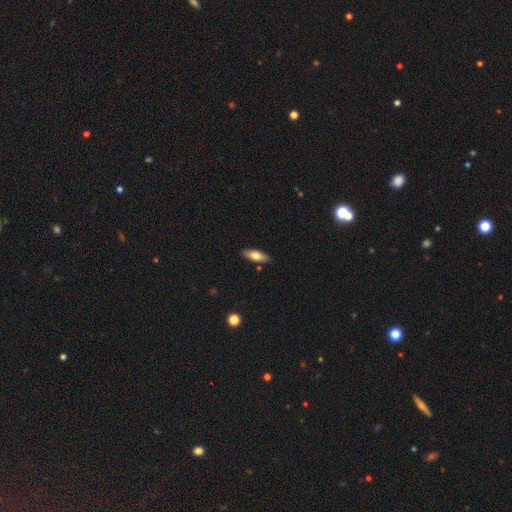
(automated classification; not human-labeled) Smooth or featured: smooth — 70% (featured or disk — 24%)
How rounded: in between — 67% (cigar-shaped — 31%)
Merging: none — 88% (minor disturbance — 9%)